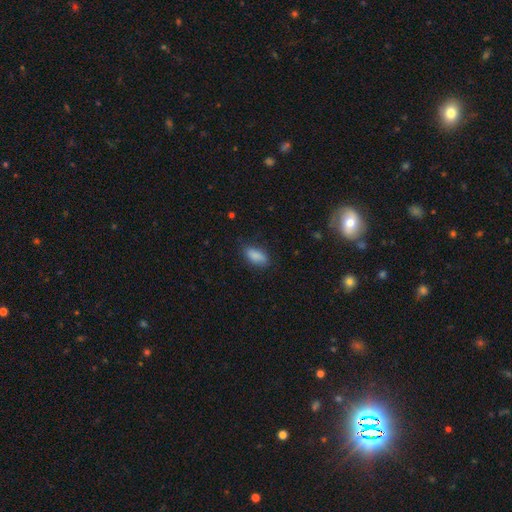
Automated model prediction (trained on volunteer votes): smooth-or-featured: smooth: 87% | star or artifact: 7% | featured or disk: 6%
  how-rounded: in between: 85% | cigar-shaped: 12% | round: 3%
  merging: none: 78% | minor disturbance: 17% | major disturbance: 4% | merger: 1%